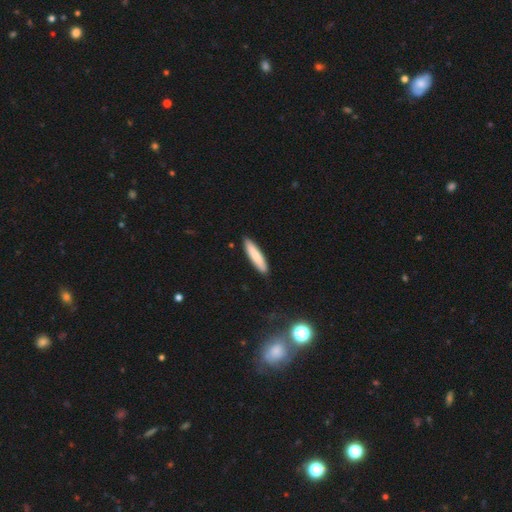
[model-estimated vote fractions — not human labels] Overall: smooth (80%). How rounded: cigar-shaped (82%). Merging: none (90%).